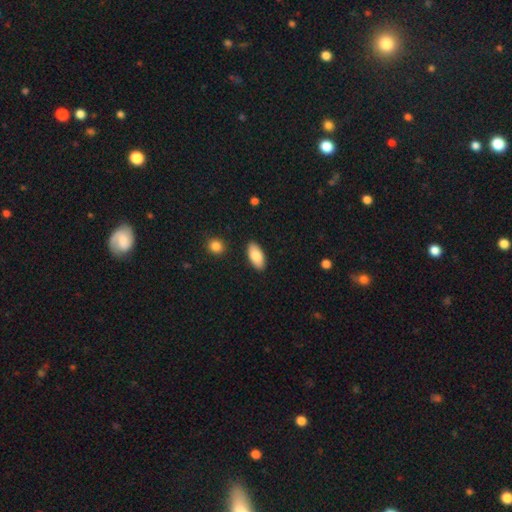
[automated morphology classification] type=smooth (84%); roundness=in between (91%); merging=none (88%).